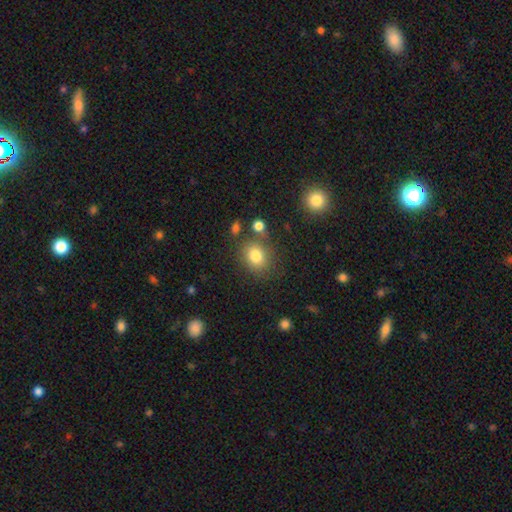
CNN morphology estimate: Smooth or featured? Predicted: smooth (p=0.80). How rounded? Predicted: round (p=0.65). Merging? Predicted: none (p=0.73).